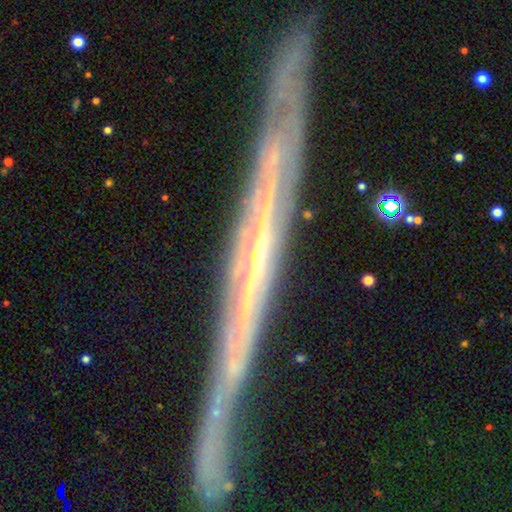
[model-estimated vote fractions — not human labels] Morphology: type=featured or disk (62%); edge-on=yes (84%); edge-on bulge=none (62%); merging=none (80%).